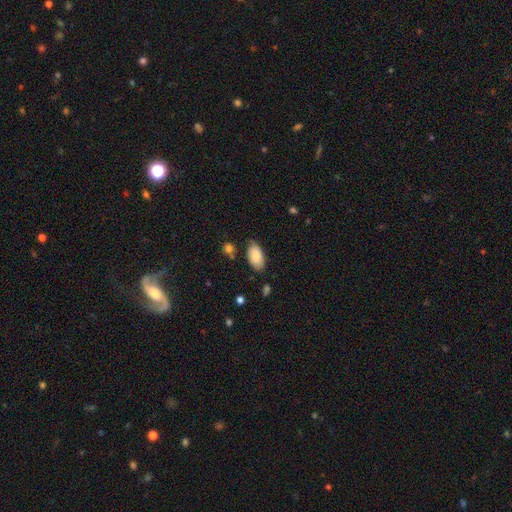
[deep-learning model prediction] Morphology: type=smooth (84%); roundness=in between (95%); merging=none (76%).